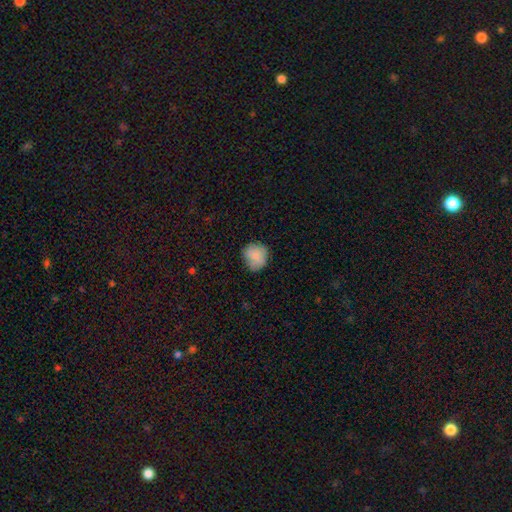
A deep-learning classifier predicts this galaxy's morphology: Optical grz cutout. It shows a smooth galaxy with no disk features (82%) that is round (79%). Merging: none (67%).